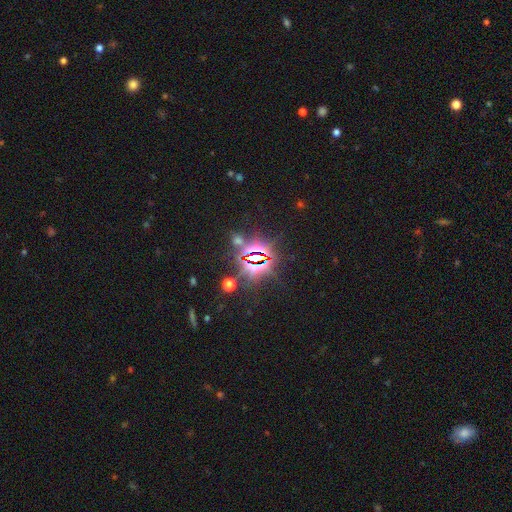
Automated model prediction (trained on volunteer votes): A star or artifact, not a galaxy (84%).